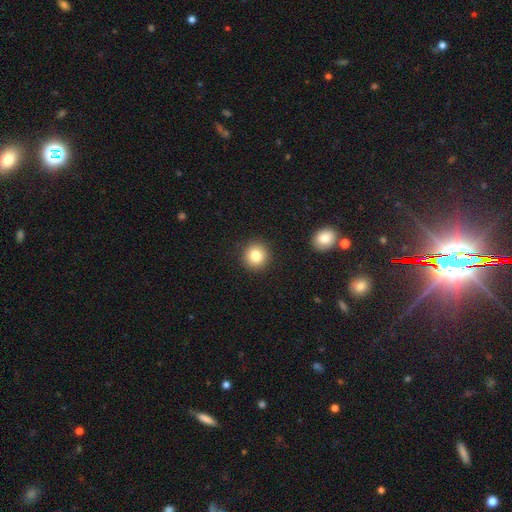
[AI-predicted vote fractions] Overall: smooth (82%). How rounded: round (93%). Merging: none (91%).